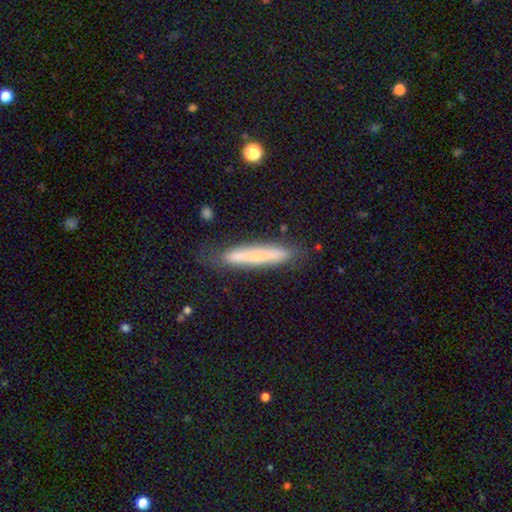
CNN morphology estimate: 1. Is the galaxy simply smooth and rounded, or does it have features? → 64% smooth, 29% featured or disk, 7% star or artifact.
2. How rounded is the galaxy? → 93% cigar-shaped, 6% in between, 1% round.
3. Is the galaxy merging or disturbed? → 76% none, 17% minor disturbance, 4% major disturbance, 2% merger.